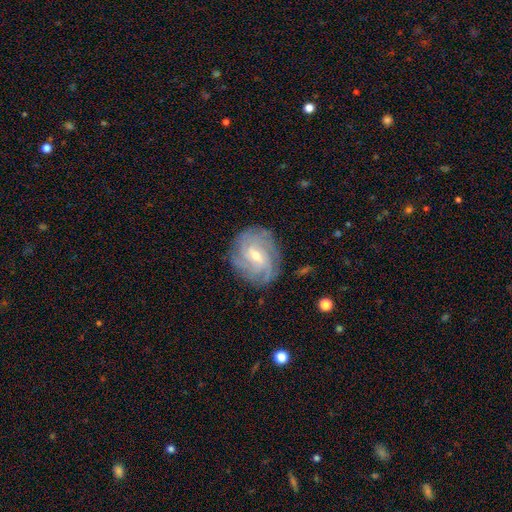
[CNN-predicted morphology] Overall: featured or disk (82%). Edge-on disk: no (97%). Bar: weak (55%; no 33%). Spiral arms: yes (95%). Spiral arm count: can't tell (33%; 4 24%). Spiral winding: tight (63%; medium 29%). Bulge size: small (54%; moderate 43%). Merging: none (80%).